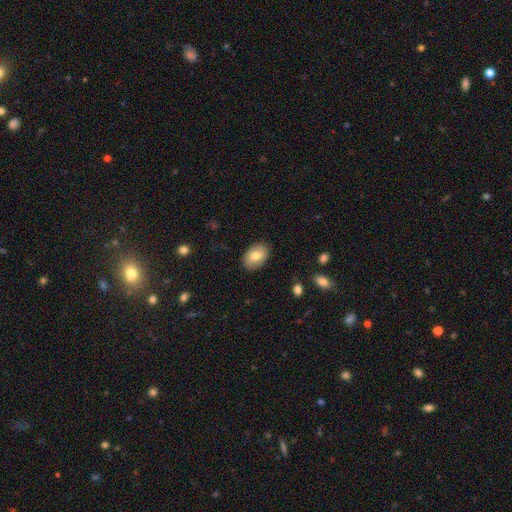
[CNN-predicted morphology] Q: Smooth or featured?
A: smooth (78%); runner-up: featured or disk (15%)
Q: How rounded?
A: in between (87%); runner-up: round (12%)
Q: Merging?
A: none (86%); runner-up: minor disturbance (10%)